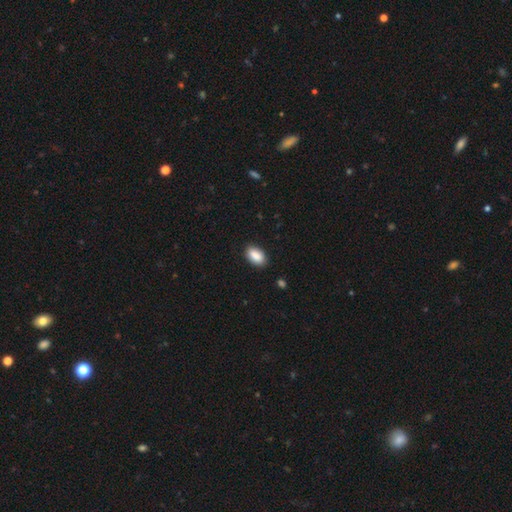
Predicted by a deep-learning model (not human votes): A smooth galaxy with no disk features (89%) that is in between round and cigar-shaped (92%). Merging: none (88%).